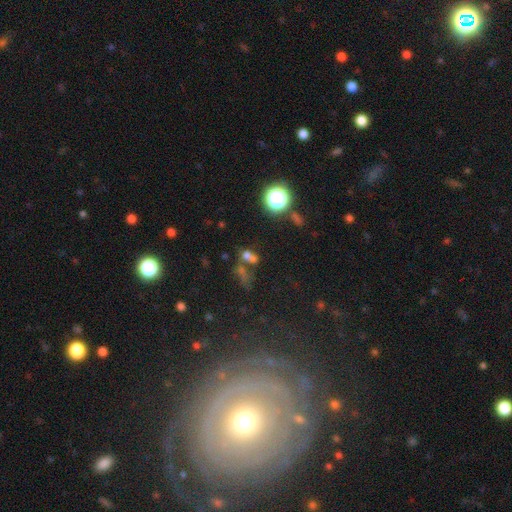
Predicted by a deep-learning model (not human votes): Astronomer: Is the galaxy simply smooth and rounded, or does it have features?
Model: star or artifact — 42% (runner-up: smooth, 32%).